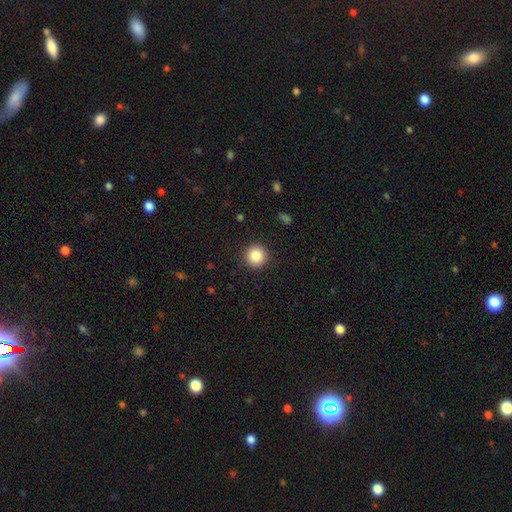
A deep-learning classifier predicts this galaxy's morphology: A smooth galaxy with no disk features (87%) that is round (95%).

Vote fractions:
- Smooth or featured? smooth: 87% / star or artifact: 9% / featured or disk: 4%
- How rounded? round: 95% / in between: 4% / cigar-shaped: 1%
- Merging? none: 91% / minor disturbance: 6% / major disturbance: 2% / merger: 1%